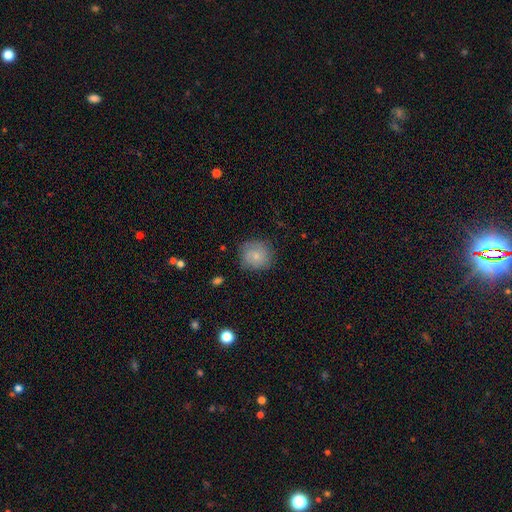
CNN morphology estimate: This appears to be a smooth galaxy with no disk features (67%) that is round (86%). Merging: none (75%).